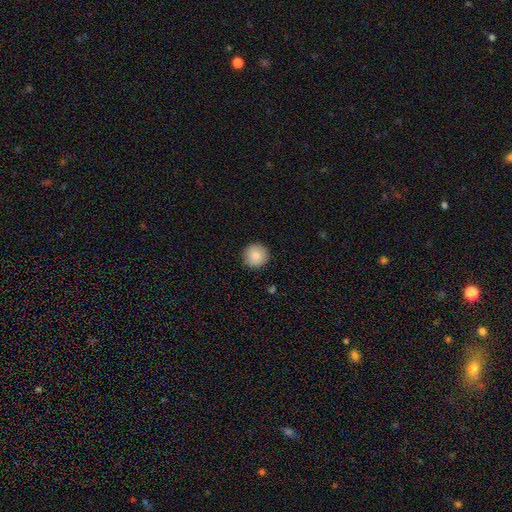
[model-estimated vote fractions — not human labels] Q: Smooth or featured?
A: smooth (86%); runner-up: star or artifact (7%)
Q: How rounded?
A: round (95%); runner-up: in between (4%)
Q: Merging?
A: none (90%); runner-up: minor disturbance (7%)